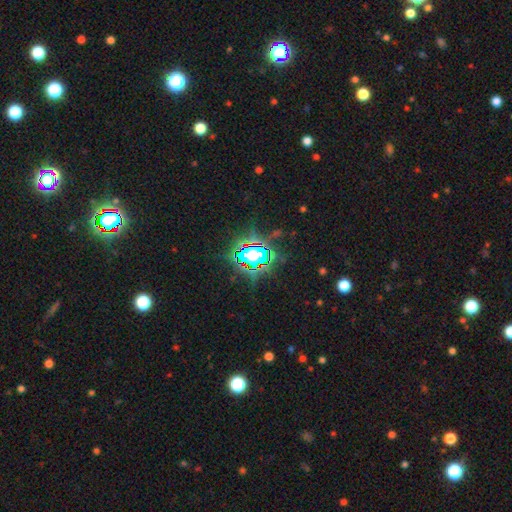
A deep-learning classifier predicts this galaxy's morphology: Smooth or featured: star or artifact — 80% (smooth — 11%)